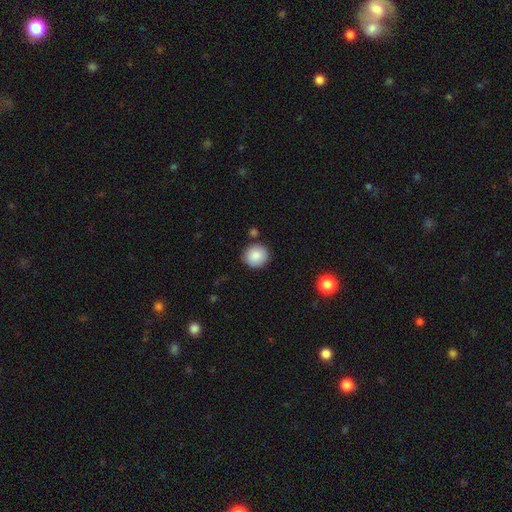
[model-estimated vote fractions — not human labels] A smooth galaxy with no disk features (87%) that is round (90%).

Vote fractions:
- Smooth or featured? smooth: 87% / star or artifact: 8% / featured or disk: 5%
- How rounded? round: 90% / in between: 9% / cigar-shaped: 1%
- Merging? none: 86% / minor disturbance: 8% / merger: 3% / major disturbance: 2%